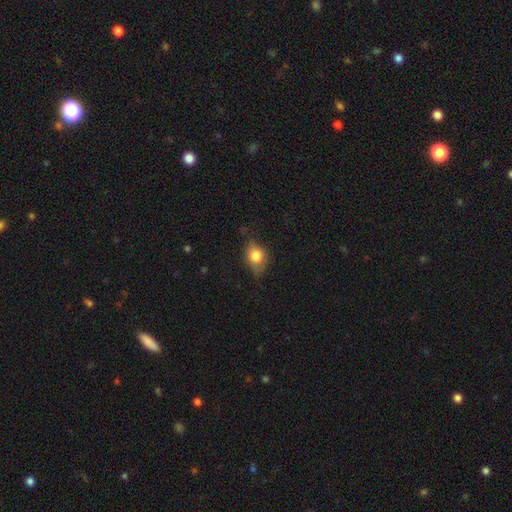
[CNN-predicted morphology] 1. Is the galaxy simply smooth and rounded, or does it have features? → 79% smooth, 12% featured or disk, 9% star or artifact.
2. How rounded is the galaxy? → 54% in between, 44% round, 2% cigar-shaped.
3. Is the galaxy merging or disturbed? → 63% none, 29% minor disturbance, 7% major disturbance, 1% merger.